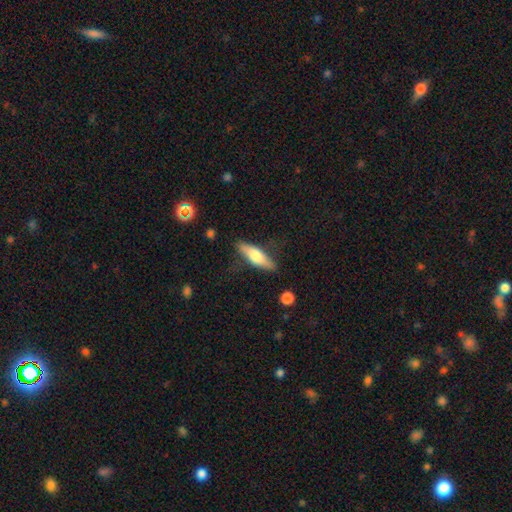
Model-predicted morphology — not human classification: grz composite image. It shows a smooth galaxy with no disk features (60%) that is cigar-shaped (53%). Merging: none (78%).